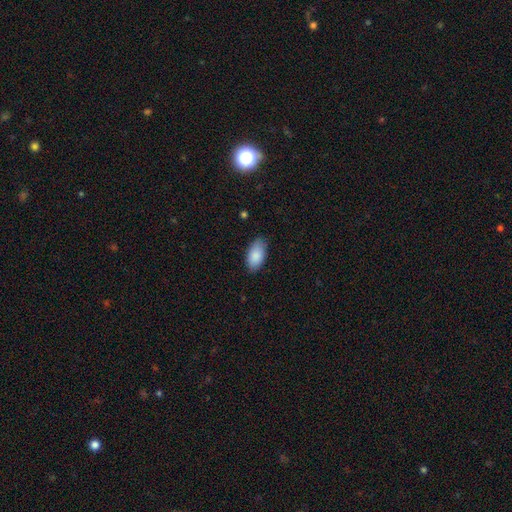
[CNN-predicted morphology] smooth 88%, star or artifact 6%, featured or disk 6%. Down the decision tree: how rounded — in between (95%); merging — none (82%).